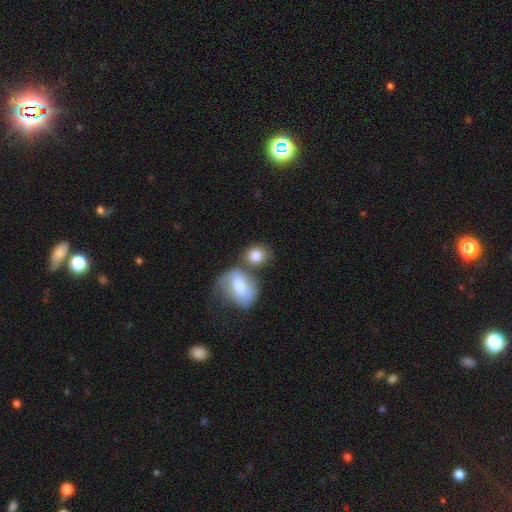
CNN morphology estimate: The model was most divided on "merging": none: 46%, merger: 36%, minor disturbance: 13%, major disturbance: 6%. More confident: smooth or featured — smooth (80%); how rounded — round (64%).